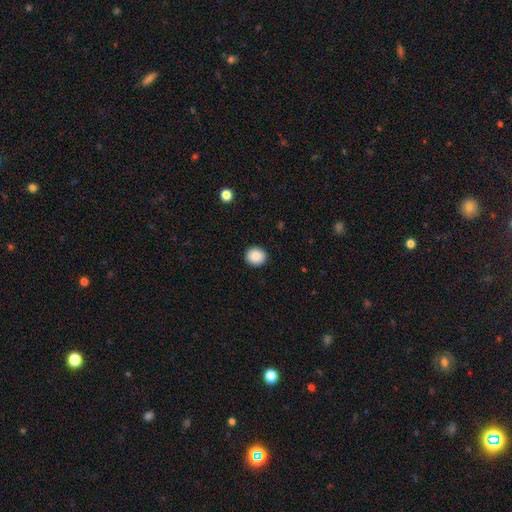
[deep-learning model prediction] This appears to be a smooth galaxy with no disk features (87%) that is round (83%). Merging: none (91%).